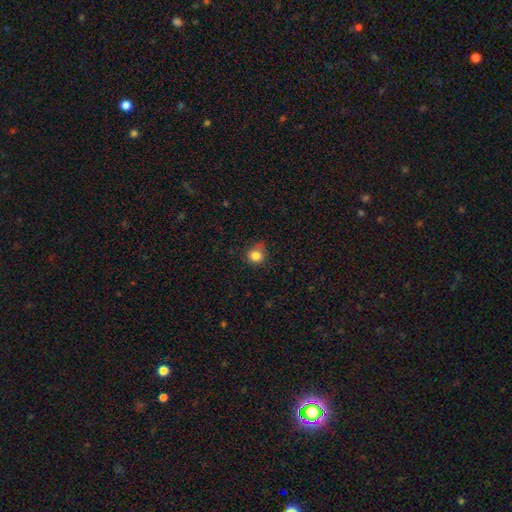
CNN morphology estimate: Smooth or featured: smooth — 84% (star or artifact — 11%)
How rounded: round — 83% (in between — 16%)
Merging: none — 69% (minor disturbance — 23%)